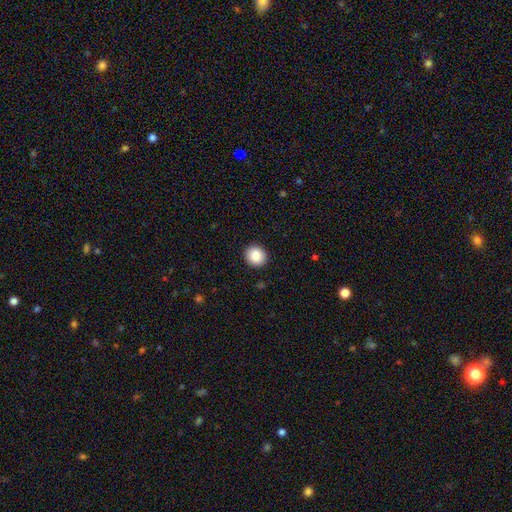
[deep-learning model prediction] smooth-or-featured: smooth: 87% | star or artifact: 8% | featured or disk: 5%
  how-rounded: round: 87% | in between: 12% | cigar-shaped: 1%
  merging: none: 92% | minor disturbance: 5% | major disturbance: 2% | merger: 1%